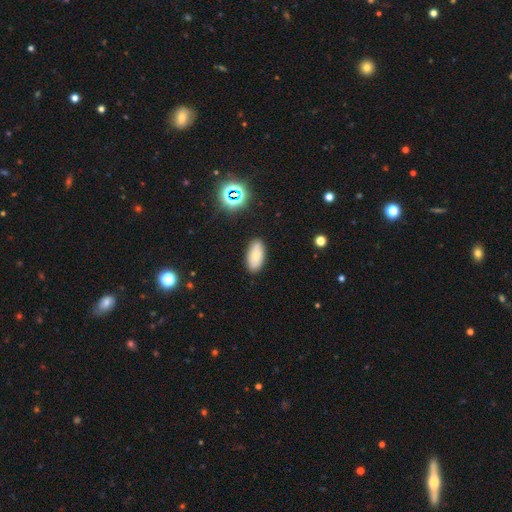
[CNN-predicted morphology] This is likely a smooth galaxy (73%). How rounded: clearly in between (91%). Merging: clearly none (87%).